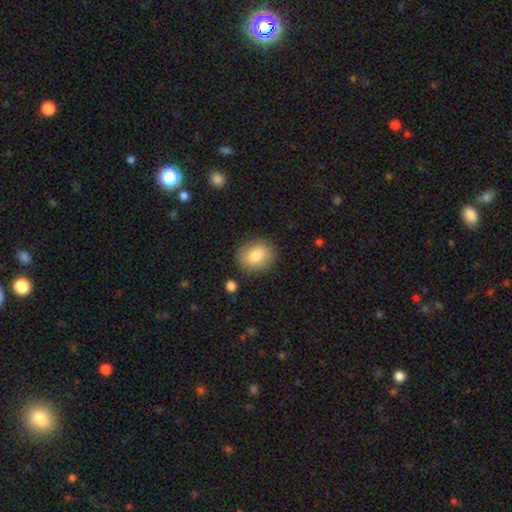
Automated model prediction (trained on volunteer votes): Overall: smooth (81%). How rounded: round (60%; in between 39%). Merging: none (86%).